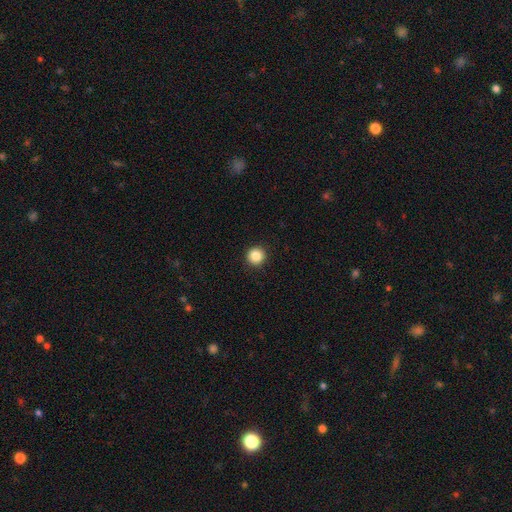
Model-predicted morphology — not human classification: smooth-or-featured: smooth: 86% | star or artifact: 10% | featured or disk: 4%
  how-rounded: round: 95% | in between: 4% | cigar-shaped: 1%
  merging: none: 93% | minor disturbance: 4% | major disturbance: 2% | merger: 1%